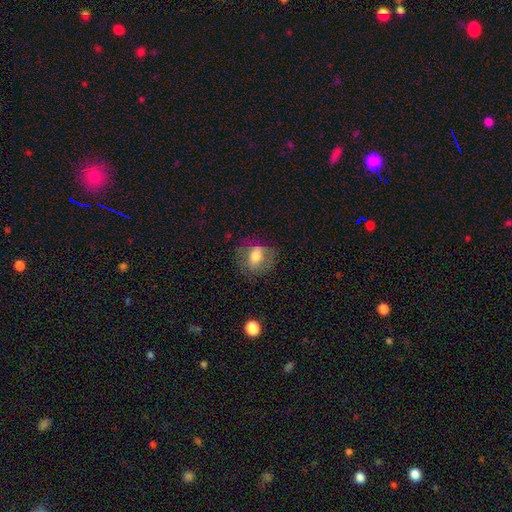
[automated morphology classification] smooth 61%, featured or disk 30%, star or artifact 9%. Down the decision tree: how rounded — in between (61%); merging — none (70%).